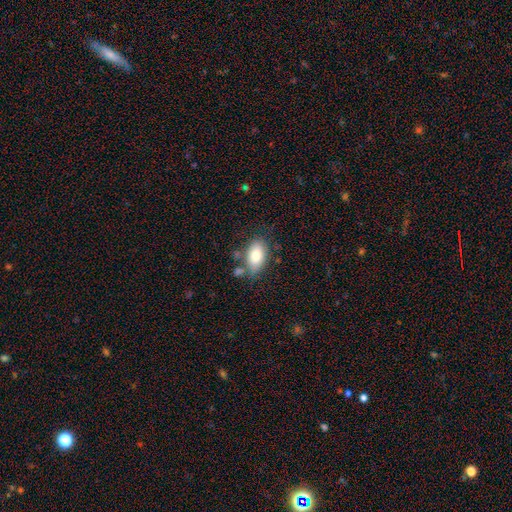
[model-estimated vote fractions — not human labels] Smooth or featured: smooth — 80% (featured or disk — 13%)
How rounded: in between — 92% (round — 5%)
Merging: none — 65% (minor disturbance — 19%)